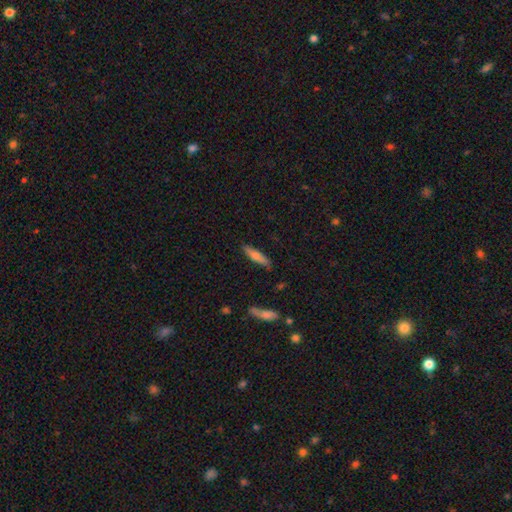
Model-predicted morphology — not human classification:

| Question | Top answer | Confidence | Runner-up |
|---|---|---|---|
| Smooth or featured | smooth | 64% | featured or disk (29%) |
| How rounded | cigar-shaped | 76% | in between (22%) |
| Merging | none | 84% | minor disturbance (12%) |